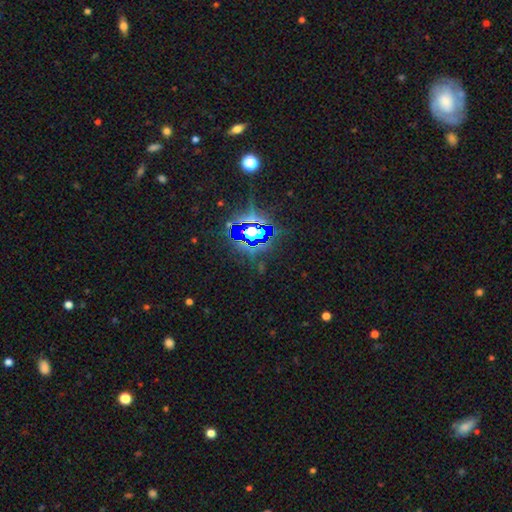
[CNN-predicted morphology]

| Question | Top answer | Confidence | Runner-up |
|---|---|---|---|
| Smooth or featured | star or artifact | 84% | smooth (9%) |